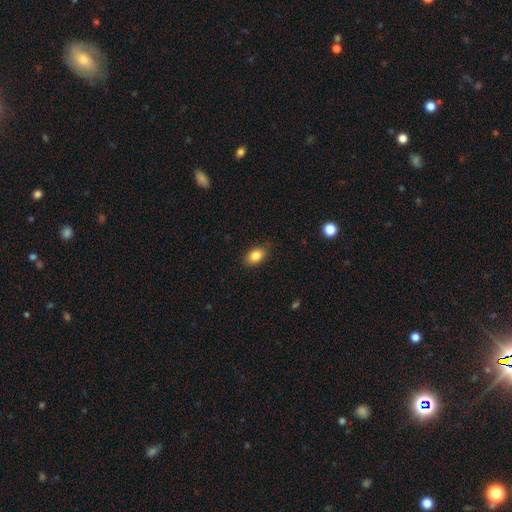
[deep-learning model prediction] This is clearly a smooth galaxy (84%). How rounded: clearly in between (86%). Merging: clearly none (83%).